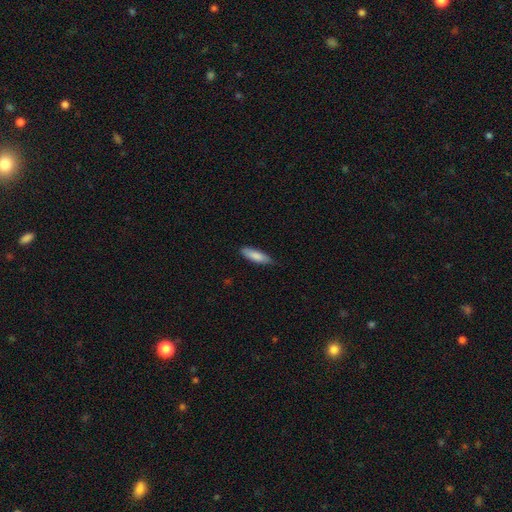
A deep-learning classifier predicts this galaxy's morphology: This is clearly a smooth galaxy (84%). How rounded: possibly cigar-shaped (51%). Merging: likely none (75%).